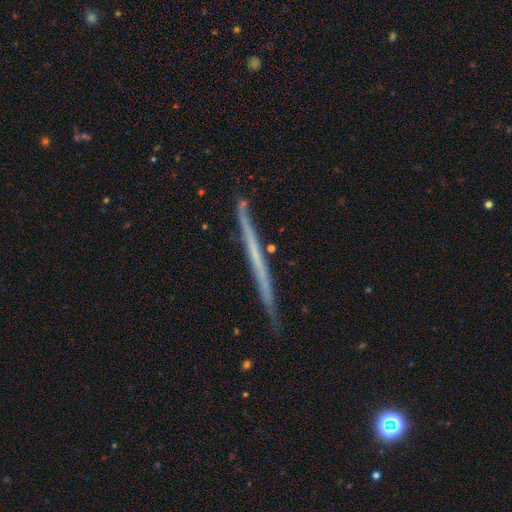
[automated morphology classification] Overall: featured or disk (59%; smooth 35%). Edge-on disk: yes (97%). Edge-on bulge: none (93%). Merging: none (88%).